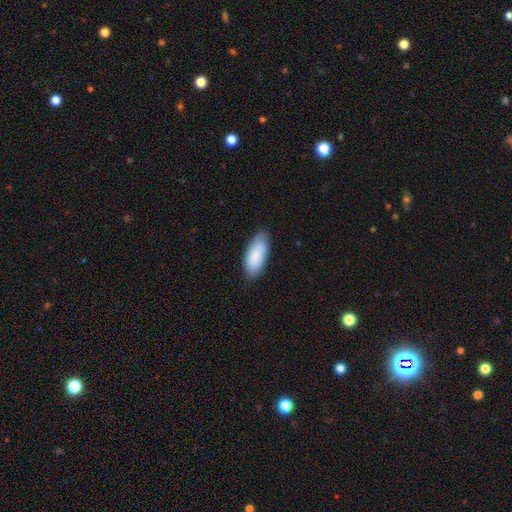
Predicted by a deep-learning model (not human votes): A smooth galaxy with no disk features (86%) that is in between round and cigar-shaped (87%). Merging: none (80%).